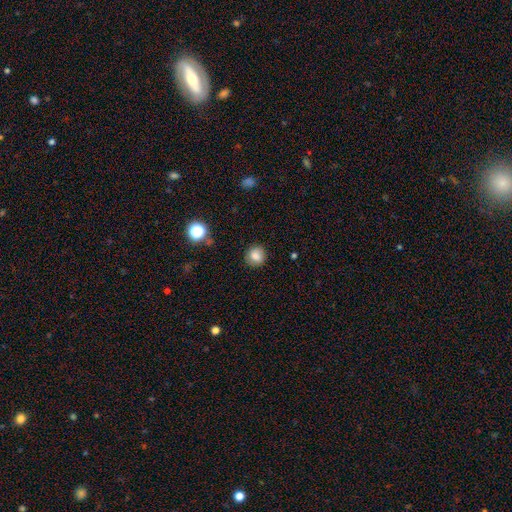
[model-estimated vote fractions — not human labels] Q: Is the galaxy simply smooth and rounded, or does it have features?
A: smooth — 82%.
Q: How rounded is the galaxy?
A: round — 83%.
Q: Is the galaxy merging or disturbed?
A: none — 85%.